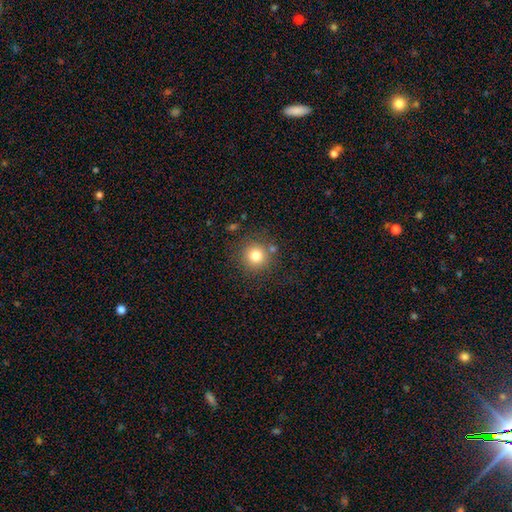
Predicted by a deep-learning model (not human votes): A smooth galaxy with no disk features (80%) that is round (94%).

Vote fractions:
- Smooth or featured? smooth: 80% / star or artifact: 12% / featured or disk: 8%
- How rounded? round: 94% / in between: 5% / cigar-shaped: 1%
- Merging? none: 81% / minor disturbance: 9% / merger: 6% / major disturbance: 3%